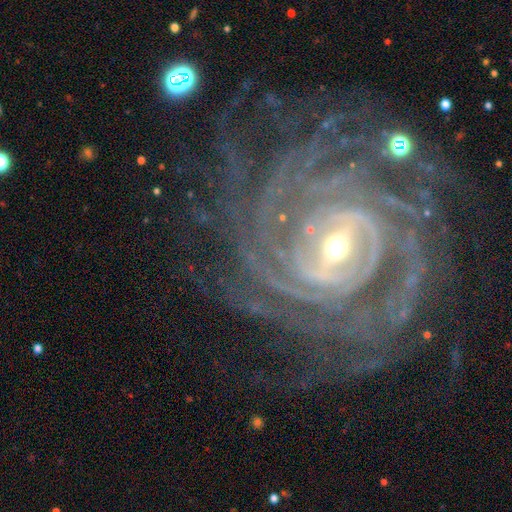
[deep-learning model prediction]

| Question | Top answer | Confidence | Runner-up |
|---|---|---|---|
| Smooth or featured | featured or disk | 91% | star or artifact (6%) |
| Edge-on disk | no | 97% | yes (3%) |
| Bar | strong | 48% | weak (36%) |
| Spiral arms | yes | 98% | no (2%) |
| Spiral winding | tight | 78% | medium (18%) |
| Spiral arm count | more than 4 | 30% | 4 (19%) |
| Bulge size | small | 49% | moderate (46%) |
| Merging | none | 70% | minor disturbance (15%) |